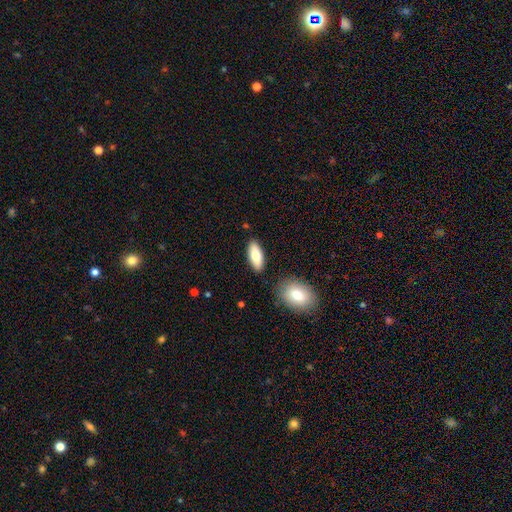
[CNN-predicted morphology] A smooth galaxy with no disk features (78%) that is in between round and cigar-shaped (79%). Merging: none (85%).